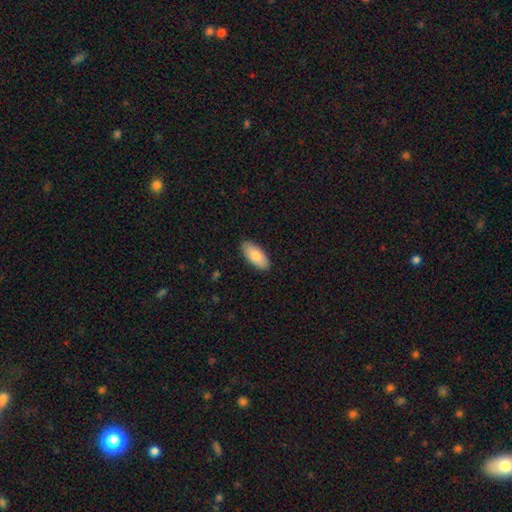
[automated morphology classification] This appears to be a smooth galaxy with no disk features (83%) that is in between round and cigar-shaped (89%). Merging: none (88%).